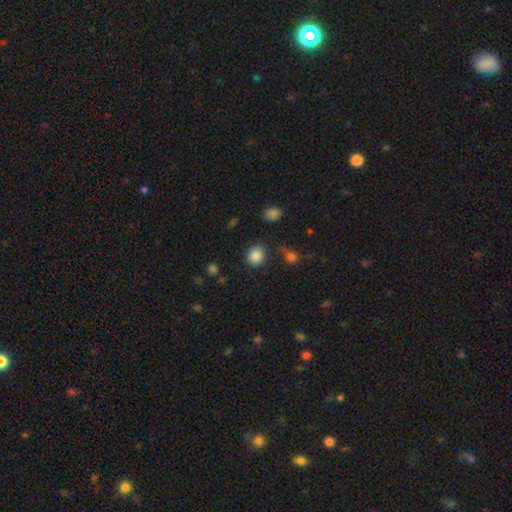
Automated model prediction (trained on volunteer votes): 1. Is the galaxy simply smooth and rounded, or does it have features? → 86% smooth, 10% star or artifact, 4% featured or disk.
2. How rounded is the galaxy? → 80% round, 19% in between, 1% cigar-shaped.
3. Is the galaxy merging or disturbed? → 84% none, 9% minor disturbance, 3% major disturbance, 3% merger.